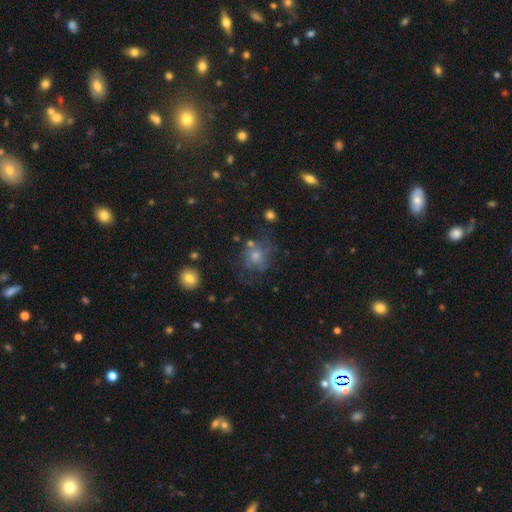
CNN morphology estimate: type=smooth (43%); merging=none (57%).